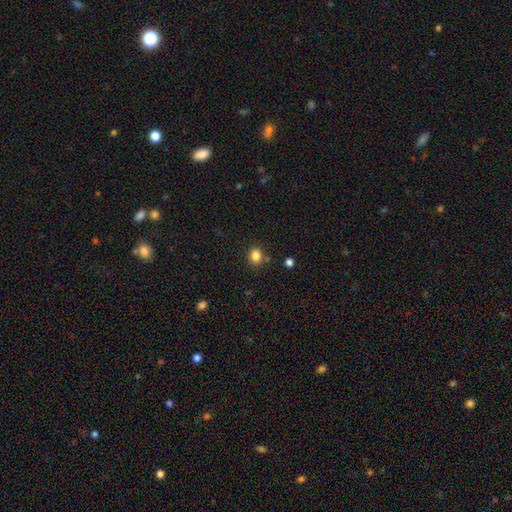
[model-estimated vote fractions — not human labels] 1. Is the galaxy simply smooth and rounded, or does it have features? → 83% smooth, 12% star or artifact, 5% featured or disk.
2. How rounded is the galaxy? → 59% round, 40% in between, 1% cigar-shaped.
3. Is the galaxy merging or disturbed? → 80% none, 11% minor disturbance, 5% merger, 3% major disturbance.